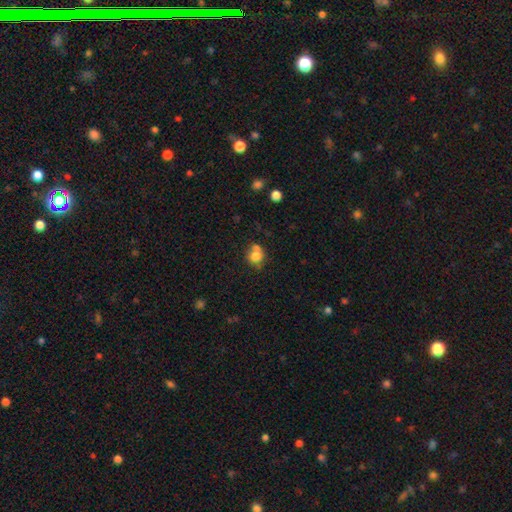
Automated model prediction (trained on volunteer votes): Smooth or featured? Predicted: smooth (p=0.76). How rounded? Predicted: round (p=0.77). Merging? Predicted: none (p=0.46).